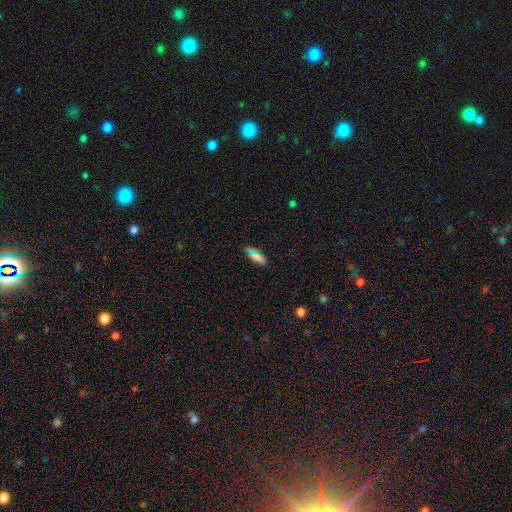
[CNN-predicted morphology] Smooth or featured?
  - smooth: 73% *
  - star or artifact: 19%
  - featured or disk: 8%
How rounded?
  - in between: 70% *
  - cigar-shaped: 26%
  - round: 5%
Merging?
  - none: 83% *
  - minor disturbance: 11%
  - major disturbance: 3%
  - merger: 2%